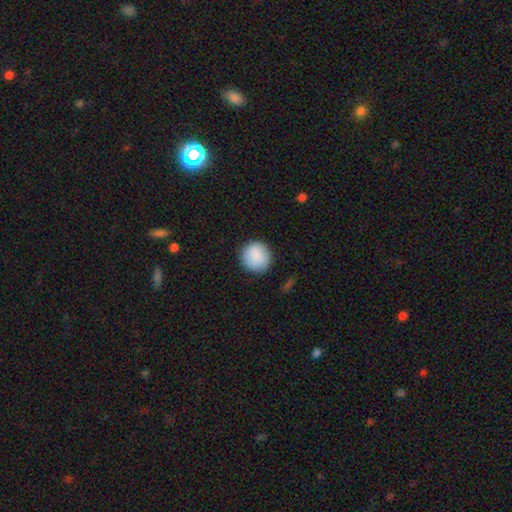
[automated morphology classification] Q: Smooth or featured?
A: smooth (89%); runner-up: star or artifact (7%)
Q: How rounded?
A: round (93%); runner-up: in between (6%)
Q: Merging?
A: none (89%); runner-up: minor disturbance (7%)